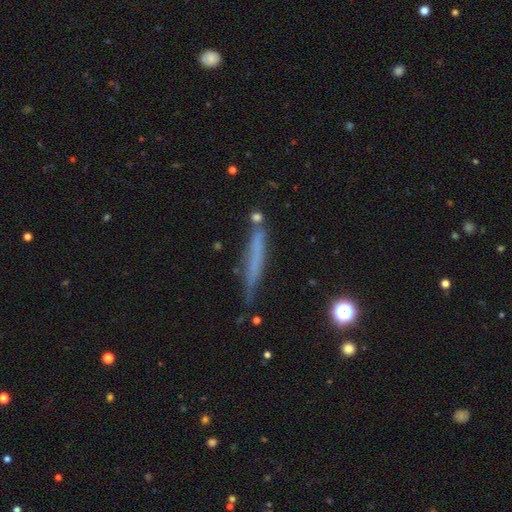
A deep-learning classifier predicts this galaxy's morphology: Smooth or featured? Predicted: smooth (p=0.53). How rounded? Predicted: cigar-shaped (p=0.94). Merging? Predicted: none (p=0.72).